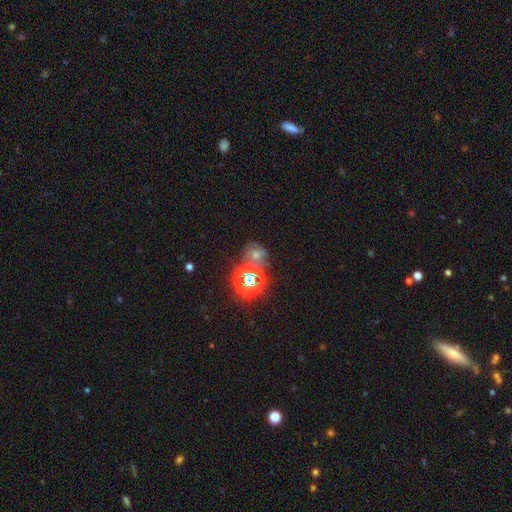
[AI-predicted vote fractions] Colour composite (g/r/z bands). It shows a star or artifact, not a galaxy (45%).